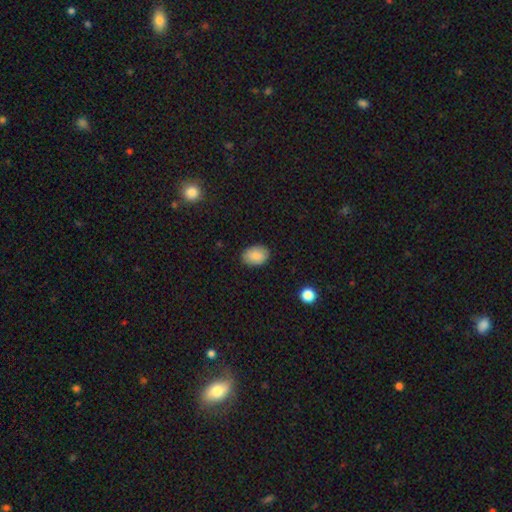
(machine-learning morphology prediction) The model was most divided on "how rounded": in between: 80%, round: 19%, cigar-shaped: 1%. More confident: smooth or featured — smooth (87%); merging — none (87%).